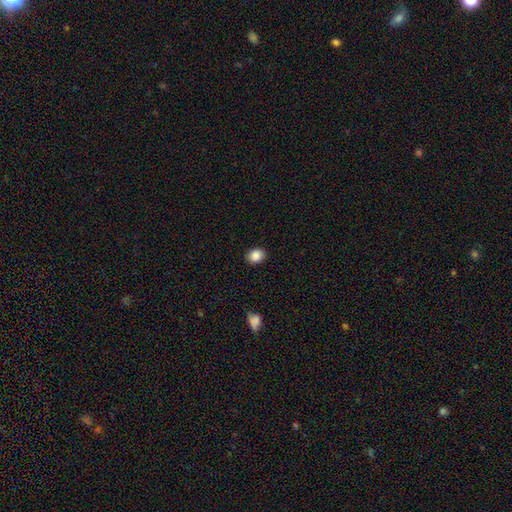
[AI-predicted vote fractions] This appears to be a smooth galaxy with no disk features (88%) that is round (55%). Merging: none (89%).